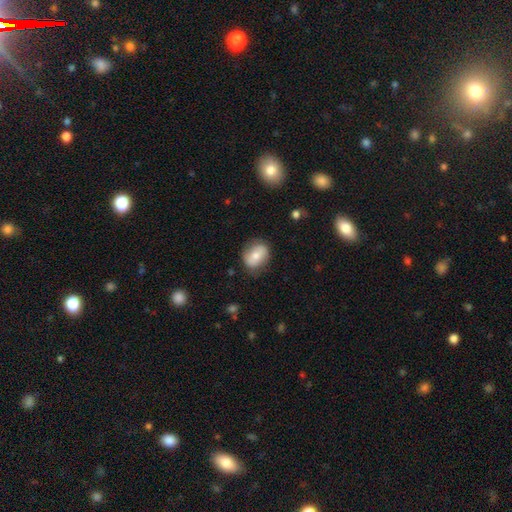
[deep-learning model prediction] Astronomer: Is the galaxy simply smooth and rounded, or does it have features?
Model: smooth — 65%.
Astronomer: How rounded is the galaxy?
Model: in between — 60% (runner-up: round, 39%).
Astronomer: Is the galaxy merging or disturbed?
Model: none — 77%.